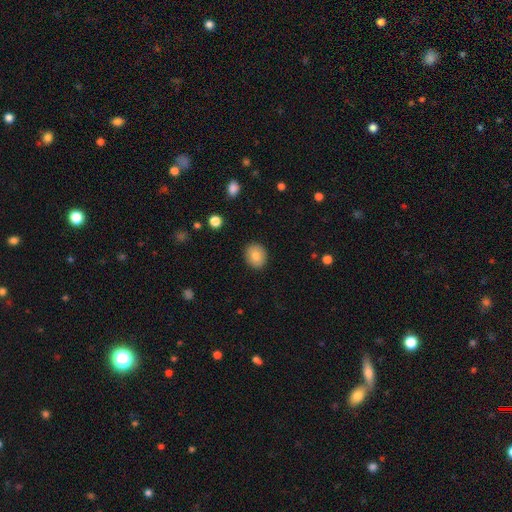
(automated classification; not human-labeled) smooth 82%, featured or disk 9%, star or artifact 8%. Down the decision tree: how rounded — round (63%); merging — none (89%).